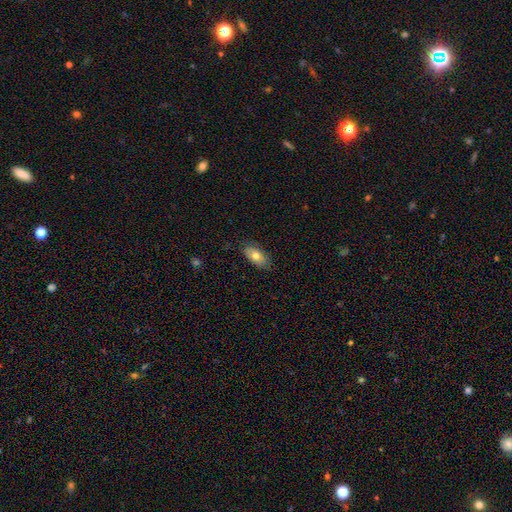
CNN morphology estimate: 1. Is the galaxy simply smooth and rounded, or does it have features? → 72% smooth, 21% featured or disk, 7% star or artifact.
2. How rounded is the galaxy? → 91% in between, 5% cigar-shaped, 4% round.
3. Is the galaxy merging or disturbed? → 81% none, 15% minor disturbance, 3% major disturbance, 1% merger.